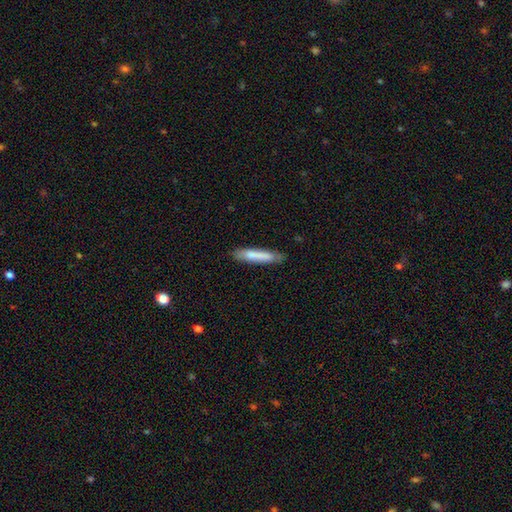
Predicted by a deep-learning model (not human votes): Smooth or featured? smooth (73%)
How rounded? cigar-shaped (92%)
Merging? none (84%)